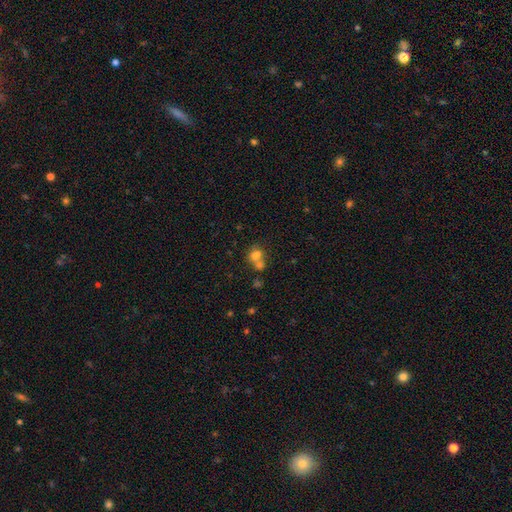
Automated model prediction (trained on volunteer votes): A smooth galaxy with no disk features (71%) that is round (66%).

Vote fractions:
- Smooth or featured? smooth: 71% / featured or disk: 15% / star or artifact: 13%
- How rounded? round: 66% / in between: 33% / cigar-shaped: 1%
- Merging? merger: 56% / none: 33% / minor disturbance: 7% / major disturbance: 4%